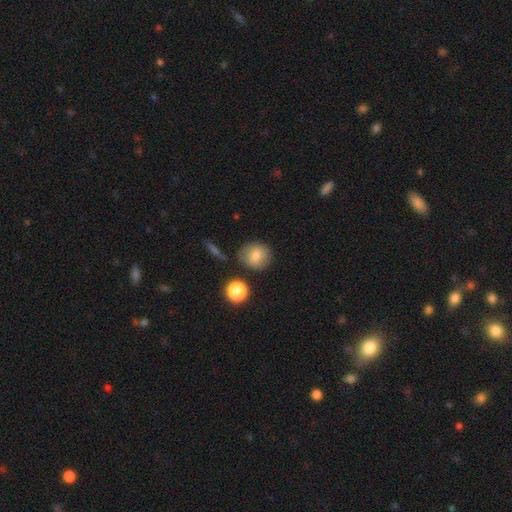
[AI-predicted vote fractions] Smooth or featured? smooth (79%)
How rounded? round (81%)
Merging? none (77%)